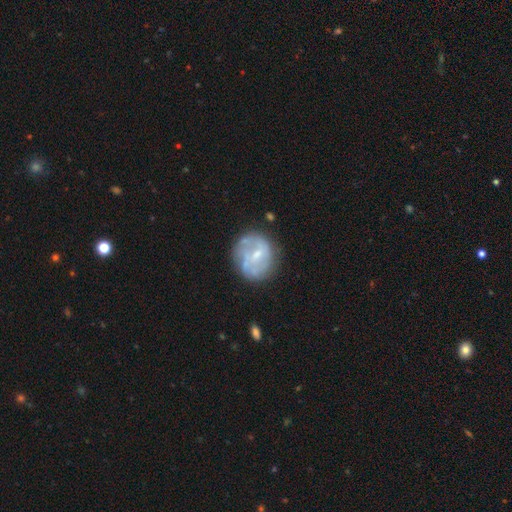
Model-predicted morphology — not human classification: Smooth or featured?
  - featured or disk: 62% *
  - smooth: 31%
  - star or artifact: 7%
Edge-on disk?
  - no: 98% *
  - yes: 2%
Bar?
  - no: 46% *
  - weak: 44%
  - strong: 9%
Spiral arms?
  - yes: 52% *
  - no: 48%
Bulge size?
  - small: 52% *
  - moderate: 36%
  - none: 9%
  - large: 2%
  - dominant: 1%
Merging?
  - none: 65% *
  - minor disturbance: 21%
  - major disturbance: 11%
  - merger: 4%